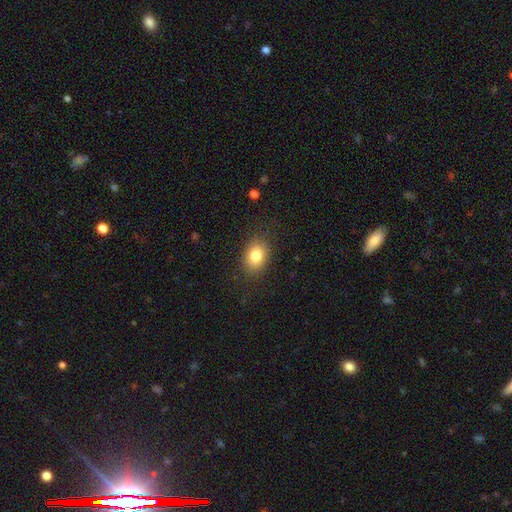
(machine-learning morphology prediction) Smooth or featured? Predicted: smooth (p=0.82). How rounded? Predicted: in between (p=0.67). Merging? Predicted: none (p=0.84).